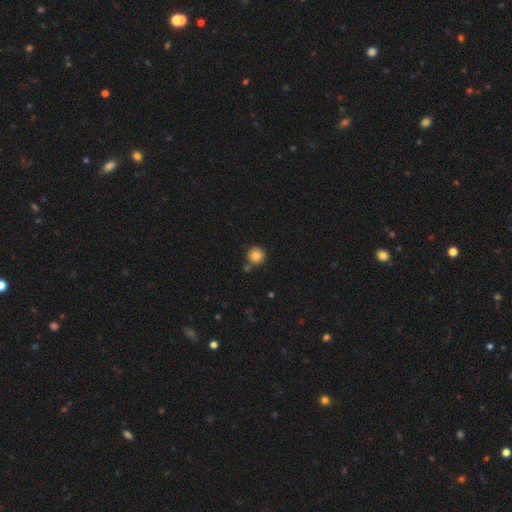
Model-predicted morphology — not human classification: smooth_or_featured: smooth (p=0.84) [alt: star or artifact p=0.10]
how_rounded: round (p=0.95) [alt: in between p=0.04]
merging: none (p=0.79) [alt: minor disturbance p=0.09]